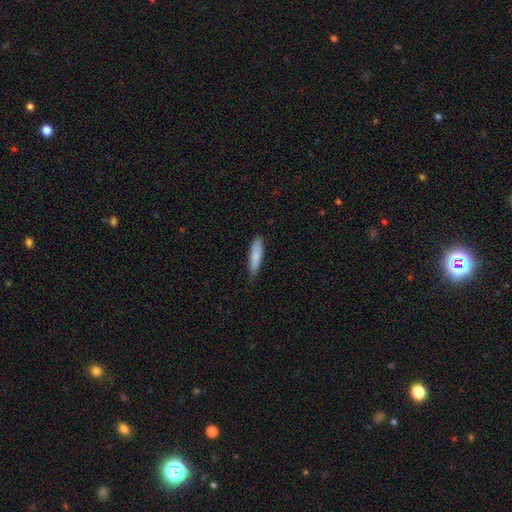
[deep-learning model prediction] This is clearly a smooth galaxy (84%). How rounded: likely cigar-shaped (69%). Merging: likely none (78%).